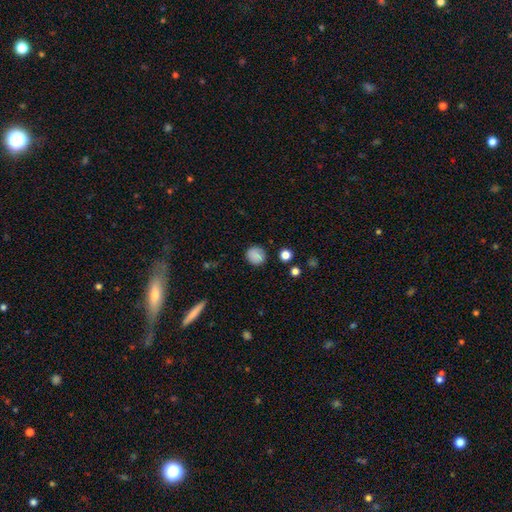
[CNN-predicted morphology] Q: Smooth or featured?
A: smooth (85%); runner-up: star or artifact (9%)
Q: How rounded?
A: round (84%); runner-up: in between (15%)
Q: Merging?
A: none (86%); runner-up: minor disturbance (10%)